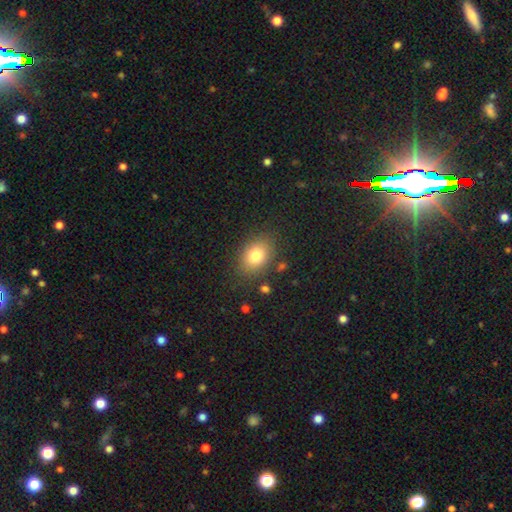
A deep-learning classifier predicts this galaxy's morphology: Smooth or featured? Predicted: smooth (p=0.79). How rounded? Predicted: in between (p=0.69). Merging? Predicted: none (p=0.83).